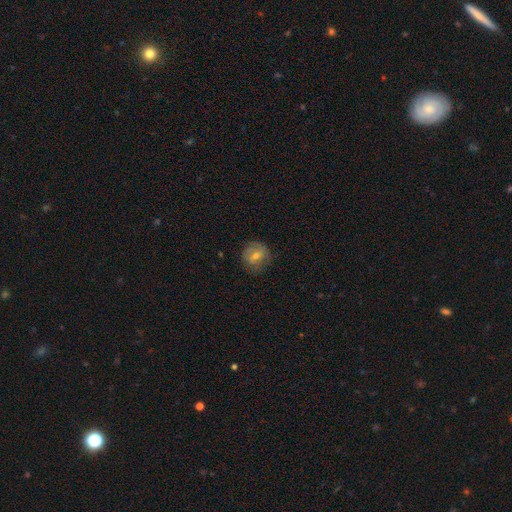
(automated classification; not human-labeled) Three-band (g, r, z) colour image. It shows a smooth galaxy with no disk features (58%) that is round (86%). Merging: none (80%).